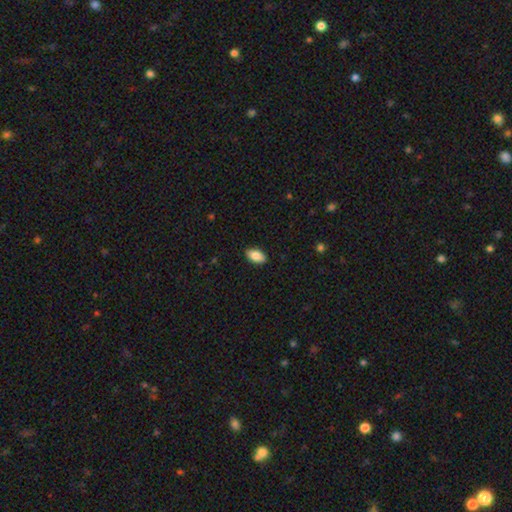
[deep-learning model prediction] A smooth galaxy with no disk features (86%) that is in between round and cigar-shaped (93%). Merging: none (89%).